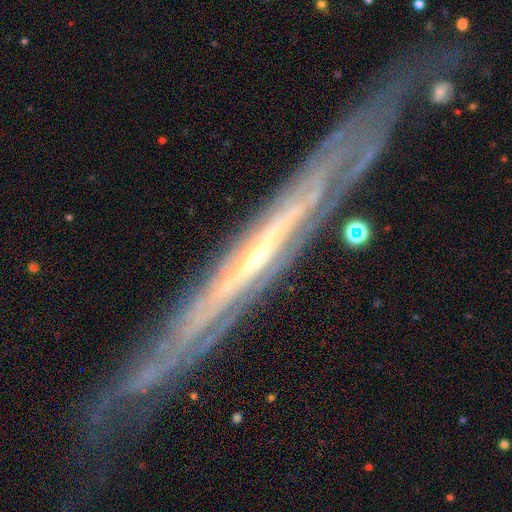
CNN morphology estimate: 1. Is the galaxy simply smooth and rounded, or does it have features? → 86% featured or disk, 8% smooth, 6% star or artifact.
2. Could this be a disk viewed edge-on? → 75% yes, 25% no.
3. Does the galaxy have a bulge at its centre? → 52% rounded, 44% none, 4% boxy.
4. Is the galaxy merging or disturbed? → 73% none, 18% minor disturbance, 6% major disturbance, 3% merger.